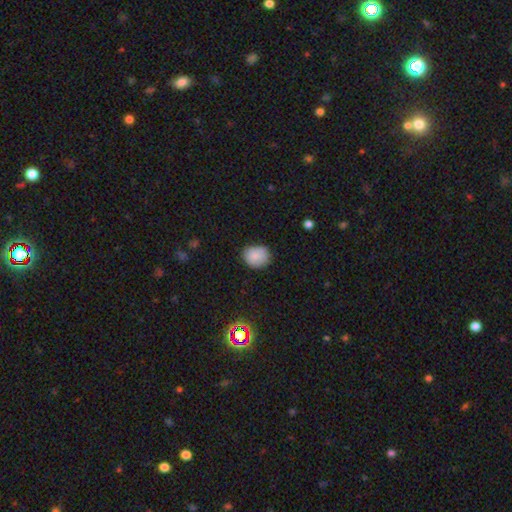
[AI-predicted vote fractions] This appears to be a smooth galaxy with no disk features (82%) that is round (64%). Merging: none (69%).